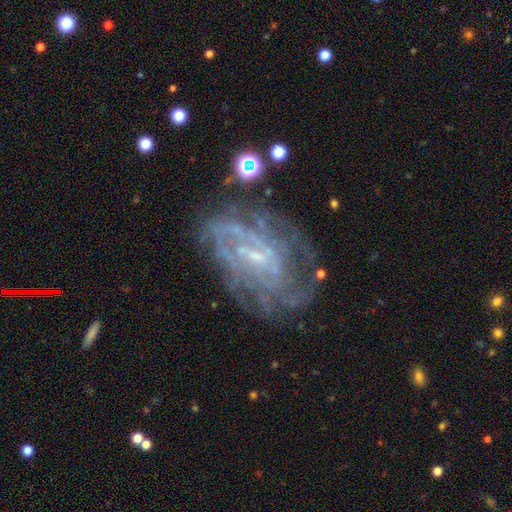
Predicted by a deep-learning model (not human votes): Smooth or featured? Predicted: featured or disk (p=0.80). Edge-on disk? Predicted: no (p=0.96). Bar? Predicted: weak (p=0.47). Spiral arms? Predicted: yes (p=0.81). Spiral winding? Predicted: tight (p=0.55). Spiral arm count? Predicted: can't tell (p=0.51). Bulge size? Predicted: small (p=0.71). Merging? Predicted: none (p=0.59).